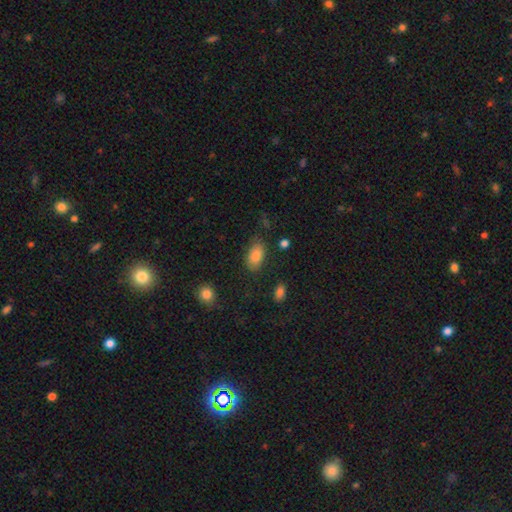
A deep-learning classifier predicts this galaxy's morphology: Smooth or featured? smooth (85%)
How rounded? in between (92%)
Merging? none (76%)